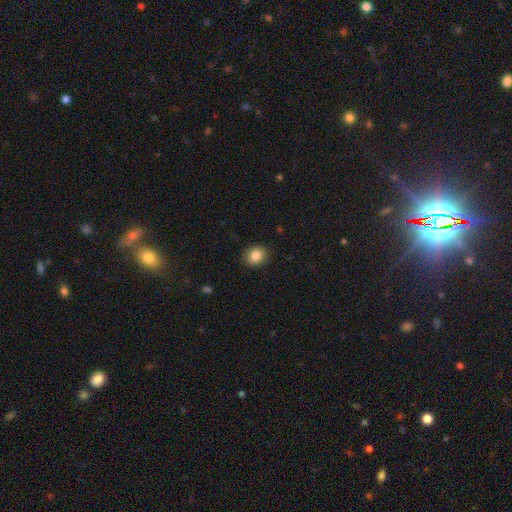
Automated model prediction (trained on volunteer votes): smooth_or_featured: smooth (p=0.85) [alt: star or artifact p=0.09]
how_rounded: round (p=0.64) [alt: in between p=0.35]
merging: none (p=0.89) [alt: minor disturbance p=0.08]